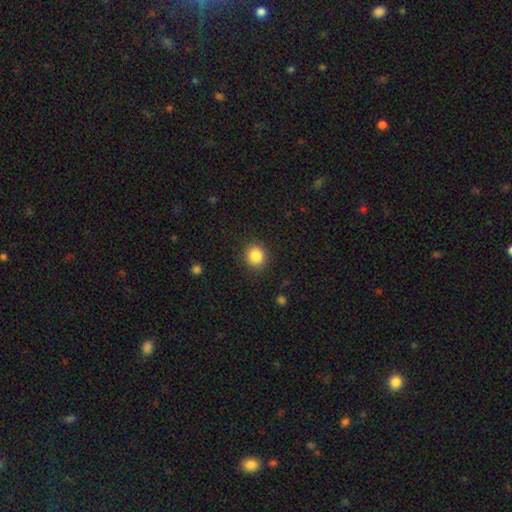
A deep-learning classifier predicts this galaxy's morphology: A smooth galaxy with no disk features (86%) that is round (84%). Merging: none (89%).